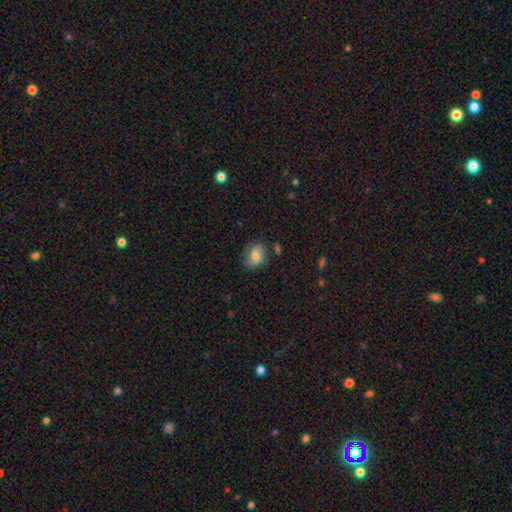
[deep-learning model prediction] Q: Smooth or featured?
A: smooth (64%); runner-up: featured or disk (27%)
Q: How rounded?
A: in between (51%); runner-up: round (48%)
Q: Merging?
A: none (68%); runner-up: minor disturbance (22%)